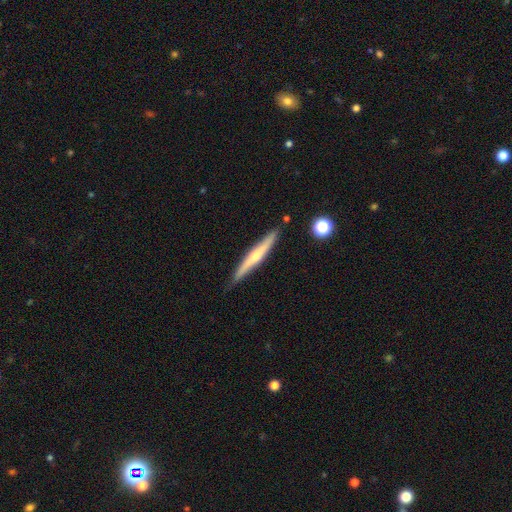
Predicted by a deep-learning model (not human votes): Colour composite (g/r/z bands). It shows a featured or disk galaxy (57%) viewed edge-on (96%) with a rounded central bulge (70%). Merging: none (85%).